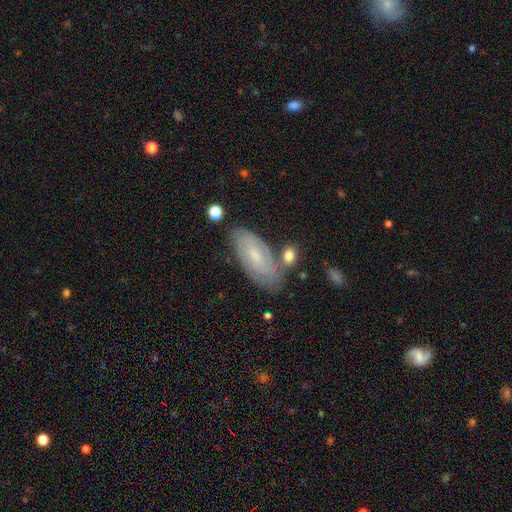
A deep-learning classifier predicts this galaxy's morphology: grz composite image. It shows a featured or disk galaxy (49%). Merging: none (71%).